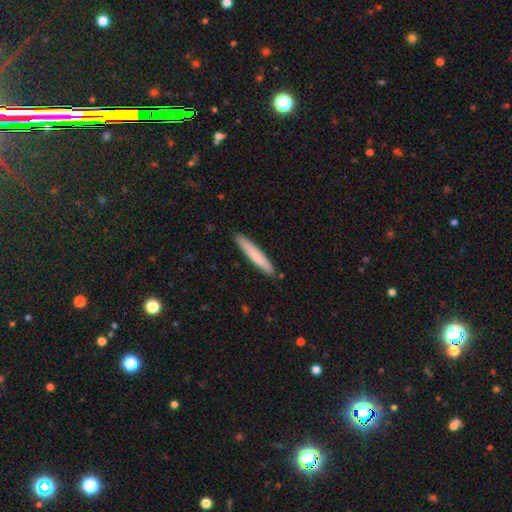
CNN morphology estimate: smooth_or_featured: smooth (p=0.77) [alt: featured or disk p=0.17]
how_rounded: cigar-shaped (p=0.95) [alt: in between p=0.04]
merging: none (p=0.90) [alt: minor disturbance p=0.07]